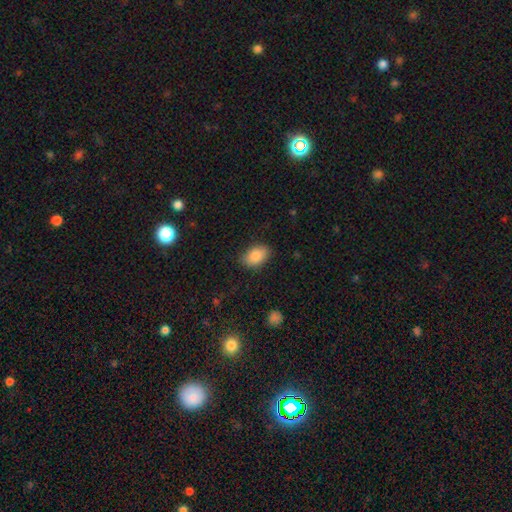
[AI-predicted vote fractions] Morphology: type=smooth (87%); roundness=in between (89%); merging=none (84%).